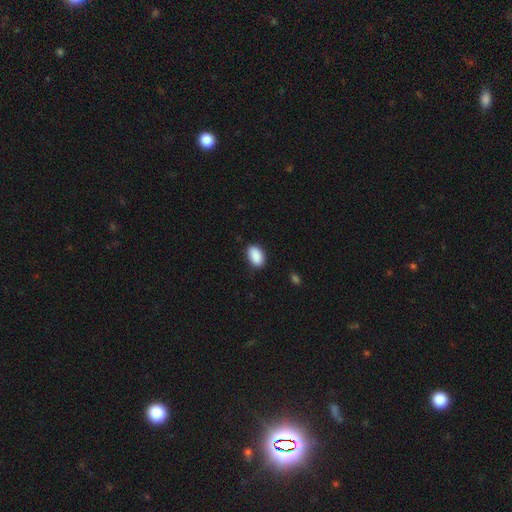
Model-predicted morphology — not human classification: Smooth or featured? smooth (90%)
How rounded? in between (92%)
Merging? none (85%)